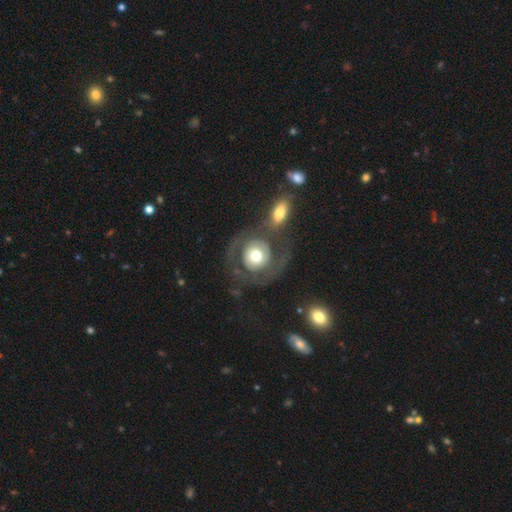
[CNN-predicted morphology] smooth-or-featured: featured or disk: 58% | smooth: 37% | star or artifact: 6%
  disk-edge-on: no: 96% | yes: 4%
    bar: no: 83% | weak: 12% | strong: 4%
    has-spiral-arms: yes: 54% | no: 46%
    bulge-size: moderate: 56% | large: 32% | small: 7% | dominant: 4% | none: 1%
  merging: none: 50% | merger: 19% | major disturbance: 17% | minor disturbance: 14%